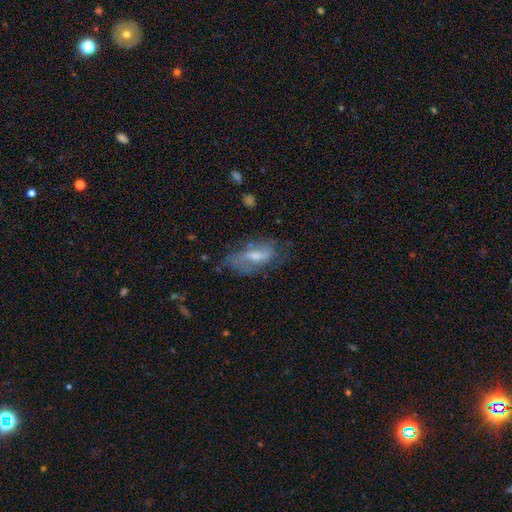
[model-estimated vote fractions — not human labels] Q: Smooth or featured?
A: featured or disk (53%); runner-up: smooth (39%)
Q: Edge-on disk?
A: no (86%); runner-up: yes (14%)
Q: Merging?
A: none (56%); runner-up: minor disturbance (27%)